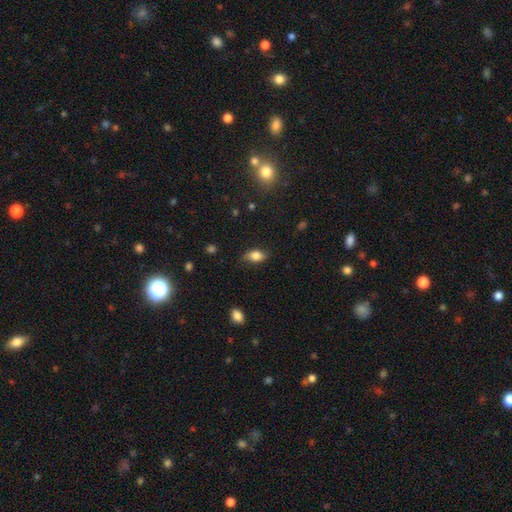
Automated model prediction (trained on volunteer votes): Overall: smooth (81%). How rounded: in between (86%). Merging: none (75%).